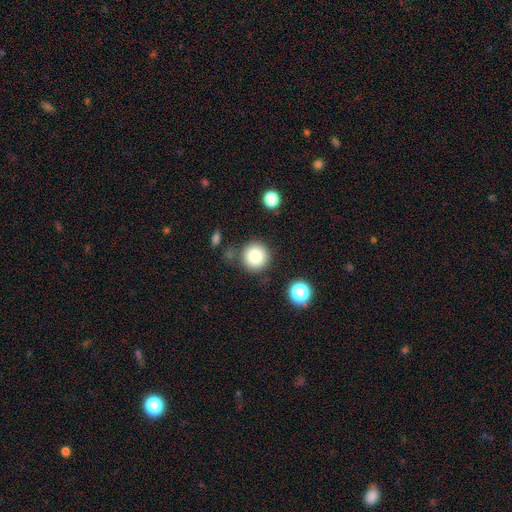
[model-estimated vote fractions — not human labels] The model was most divided on "merging": none: 83%, minor disturbance: 10%, merger: 4%, major disturbance: 3%. More confident: how rounded — round (95%); smooth or featured — smooth (84%).